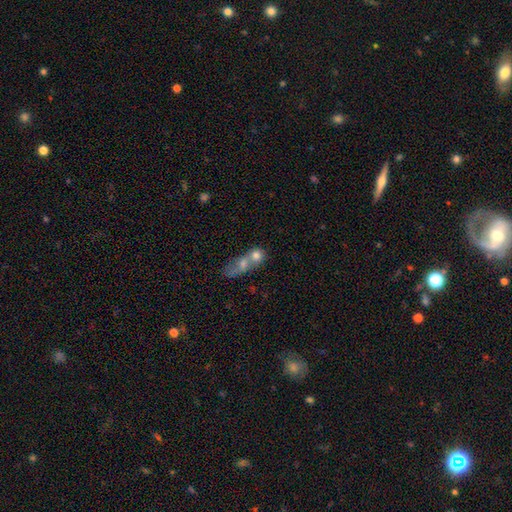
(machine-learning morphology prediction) Smooth or featured: smooth — 68% (featured or disk — 22%)
How rounded: round — 56% (in between — 37%)
Merging: merger — 71% (none — 18%)